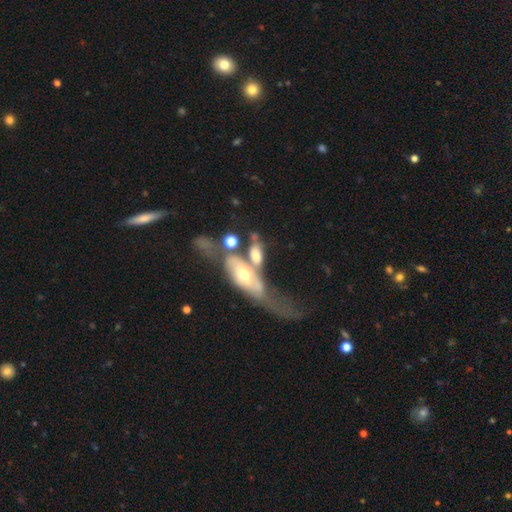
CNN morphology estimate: This appears to be a featured or disk galaxy (47%). Merging: merger (54%).